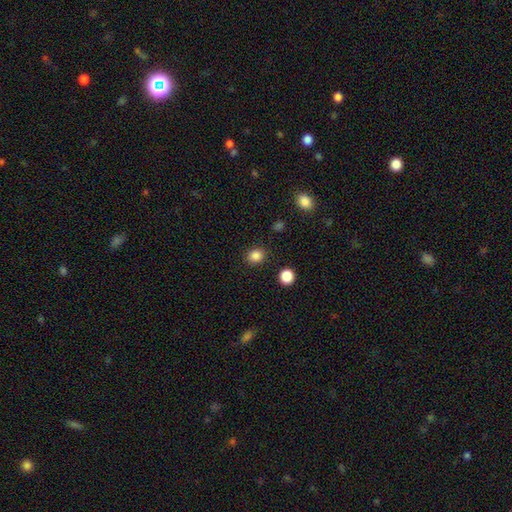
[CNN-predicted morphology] Smooth or featured?
  - smooth: 85% *
  - star or artifact: 12%
  - featured or disk: 3%
How rounded?
  - round: 72% *
  - in between: 27%
  - cigar-shaped: 1%
Merging?
  - none: 88% *
  - minor disturbance: 7%
  - major disturbance: 3%
  - merger: 2%